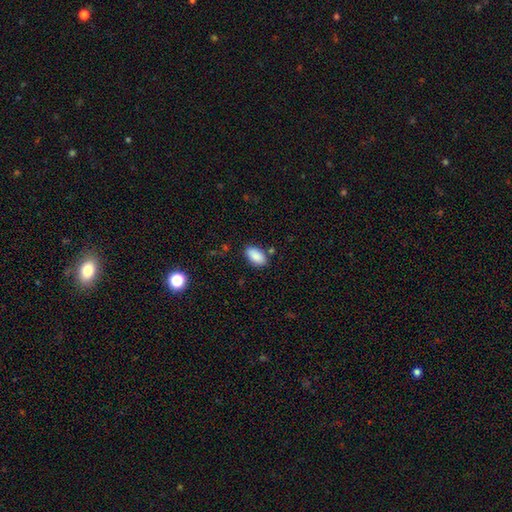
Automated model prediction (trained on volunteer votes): Morphology: type=smooth (88%); roundness=in between (94%); merging=none (82%).